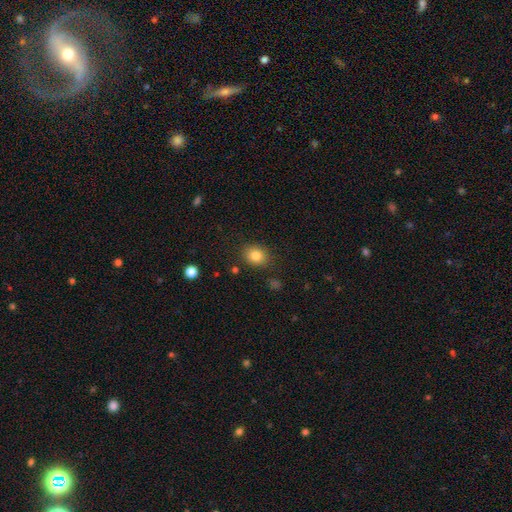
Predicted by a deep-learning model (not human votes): smooth_or_featured: smooth (p=0.82) [alt: star or artifact p=0.10]
how_rounded: round (p=0.58) [alt: in between p=0.41]
merging: none (p=0.85) [alt: minor disturbance p=0.10]